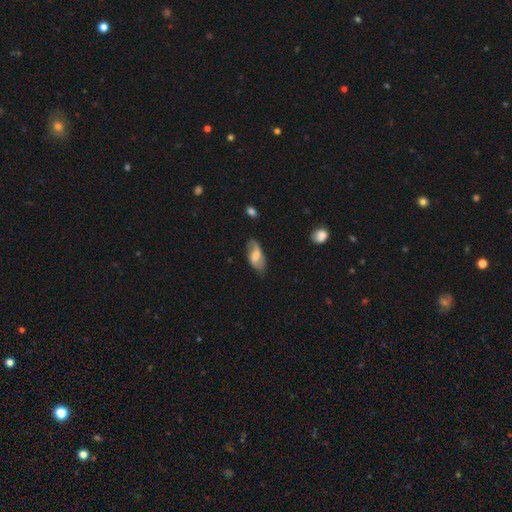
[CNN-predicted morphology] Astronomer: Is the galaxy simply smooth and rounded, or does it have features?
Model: smooth — 55% (runner-up: featured or disk, 38%).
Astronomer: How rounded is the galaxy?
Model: in between — 89%.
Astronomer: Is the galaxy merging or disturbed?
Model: none — 67%.